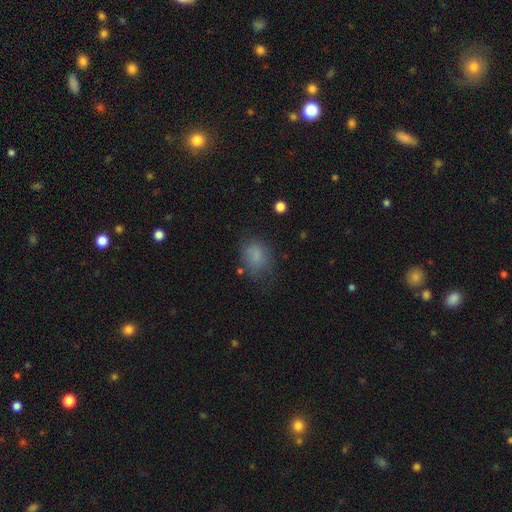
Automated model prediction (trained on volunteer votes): Smooth or featured: smooth — 77% (star or artifact — 13%)
How rounded: in between — 55% (round — 44%)
Merging: none — 58% (minor disturbance — 25%)